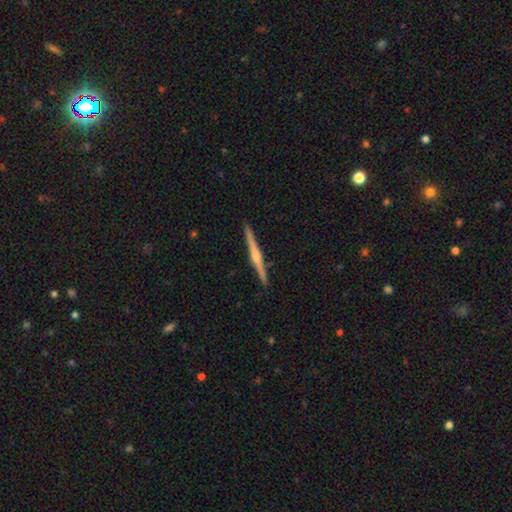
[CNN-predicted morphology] type=featured or disk (79%); edge-on=yes (99%); edge-on bulge=rounded (87%); merging=none (92%).